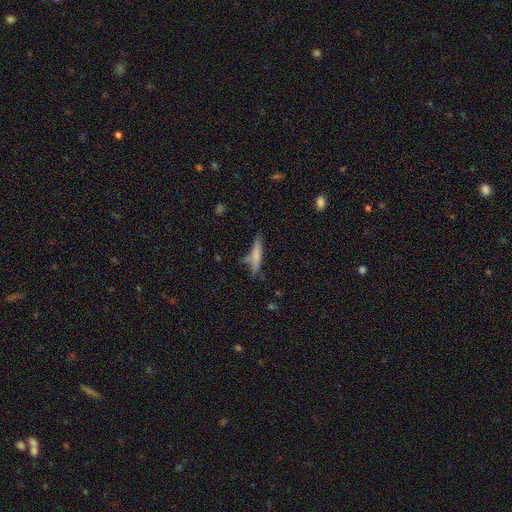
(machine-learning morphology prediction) smooth 70%, featured or disk 23%, star or artifact 7%. Down the decision tree: how rounded — cigar-shaped (87%); merging — none (69%).